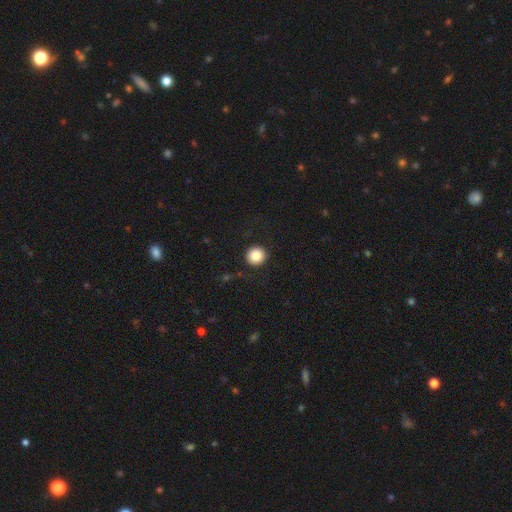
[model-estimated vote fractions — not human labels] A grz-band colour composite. It shows a smooth galaxy with no disk features (85%) that is round (95%). Merging: none (91%).